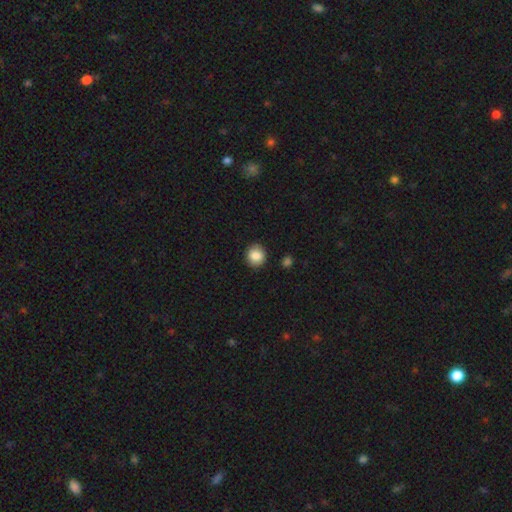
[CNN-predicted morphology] Smooth or featured? smooth (86%)
How rounded? round (82%)
Merging? none (89%)